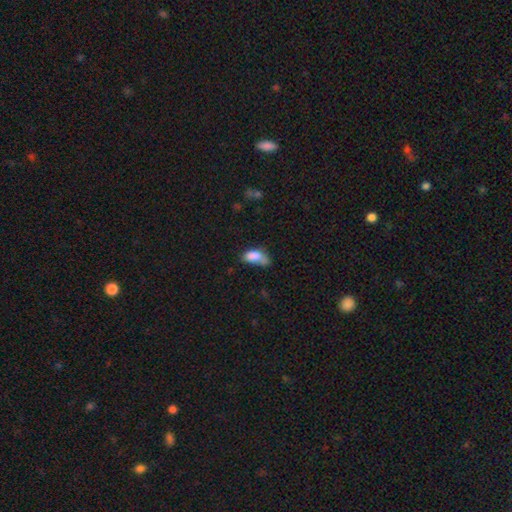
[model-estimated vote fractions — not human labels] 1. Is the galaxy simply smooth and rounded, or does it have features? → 79% smooth, 12% featured or disk, 10% star or artifact.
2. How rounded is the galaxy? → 88% in between, 6% cigar-shaped, 5% round.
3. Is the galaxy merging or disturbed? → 31% minor disturbance, 28% none, 21% merger, 20% major disturbance.